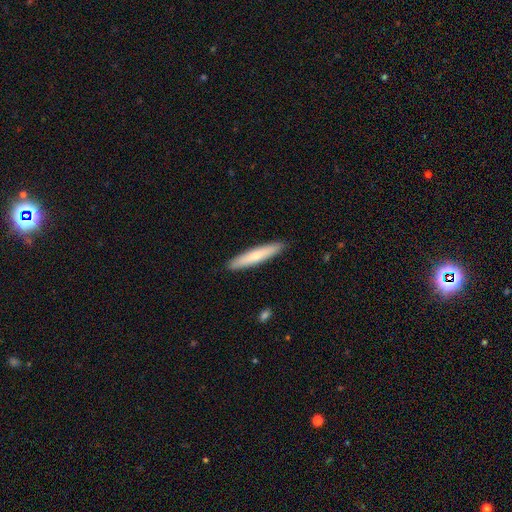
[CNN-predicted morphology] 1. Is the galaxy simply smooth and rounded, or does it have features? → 68% smooth, 27% featured or disk, 5% star or artifact.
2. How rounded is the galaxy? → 92% cigar-shaped, 7% in between, 1% round.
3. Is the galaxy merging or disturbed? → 91% none, 7% minor disturbance, 1% major disturbance, 1% merger.